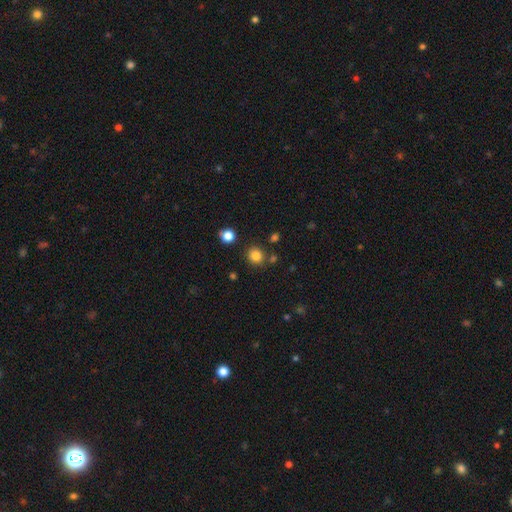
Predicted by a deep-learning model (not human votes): Smooth or featured? Predicted: smooth (p=0.83). How rounded? Predicted: round (p=0.88). Merging? Predicted: none (p=0.83).